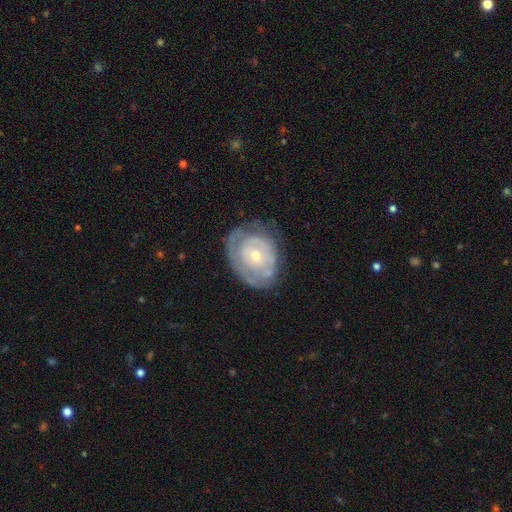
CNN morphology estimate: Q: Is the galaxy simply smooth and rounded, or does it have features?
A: featured or disk — 68%.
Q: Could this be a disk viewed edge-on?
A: no — 96%.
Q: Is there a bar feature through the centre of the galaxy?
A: no — 83%.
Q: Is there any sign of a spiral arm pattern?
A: yes — 58%.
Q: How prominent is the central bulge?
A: small — 58%.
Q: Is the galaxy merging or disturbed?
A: none — 60%.